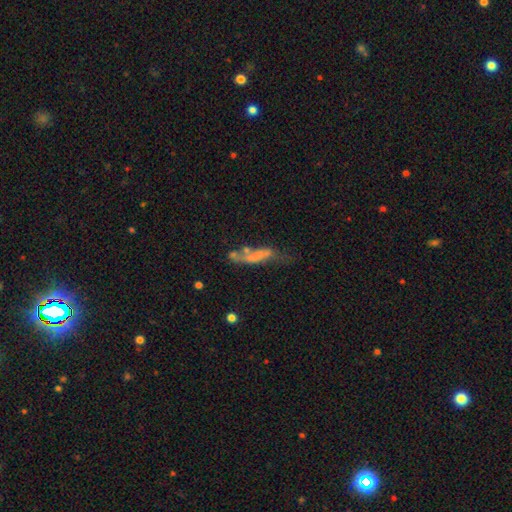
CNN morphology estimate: This is possibly a smooth galaxy (52%). How rounded: likely cigar-shaped (69%). Merging: marginally major disturbance (29%).